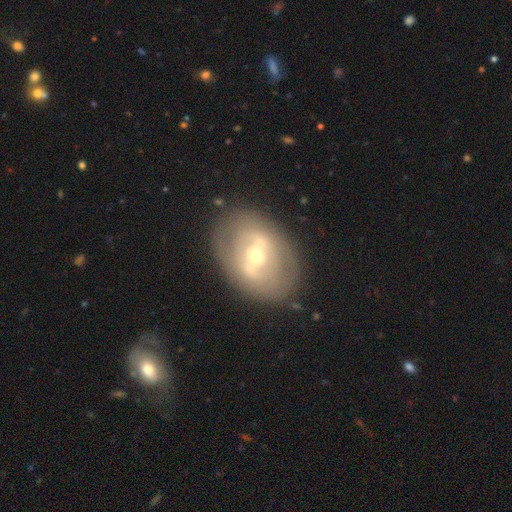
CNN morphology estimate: Overall: featured or disk (72%). Edge-on disk: no (93%). Bar: strong (44%; weak 37%). Spiral arms: no (61%; yes 39%). Bulge size: moderate (51%; small 44%). Merging: none (78%).